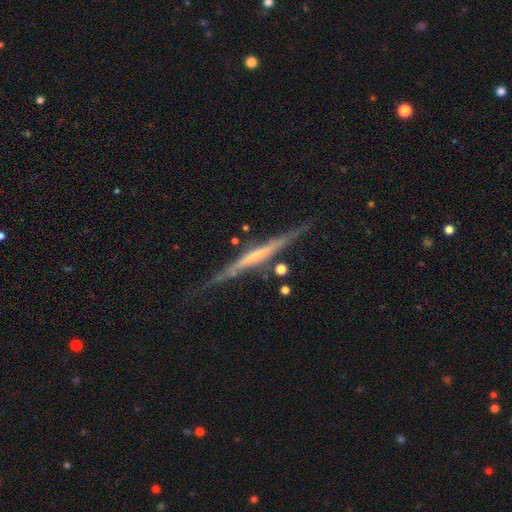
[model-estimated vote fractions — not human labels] A featured or disk galaxy (75%) viewed edge-on (96%) with no central bulge (58%).

Vote fractions:
- Smooth or featured? featured or disk: 75% / smooth: 19% / star or artifact: 6%
- Edge-on disk? yes: 96% / no: 4%
- Edge-on bulge? none: 58% / rounded: 29% / boxy: 14%
- Merging? none: 76% / minor disturbance: 17% / major disturbance: 4% / merger: 3%